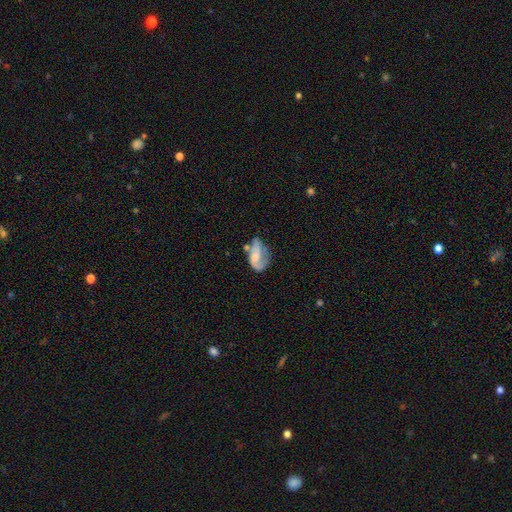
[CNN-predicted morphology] type=featured or disk (59%); edge-on=no (97%); bar=no (56%); spiral arms=yes (78%); bulge=small (36%); merging=none (33%).